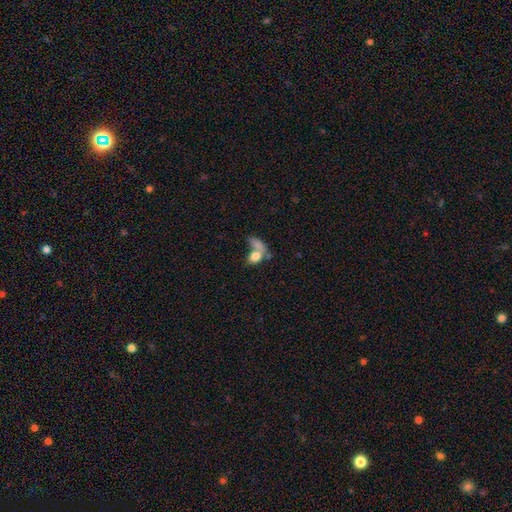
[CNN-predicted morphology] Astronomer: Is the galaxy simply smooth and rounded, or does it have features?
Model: smooth — 66%.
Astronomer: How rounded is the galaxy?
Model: in between — 70%.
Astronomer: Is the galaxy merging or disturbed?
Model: merger — 51%.